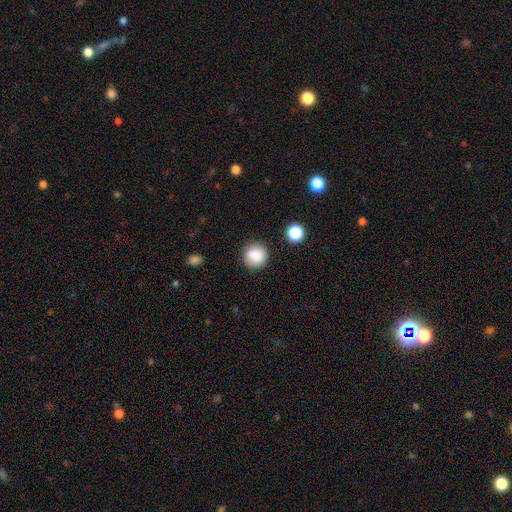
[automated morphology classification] Q: Smooth or featured?
A: smooth (85%); runner-up: star or artifact (10%)
Q: How rounded?
A: round (92%); runner-up: in between (7%)
Q: Merging?
A: none (86%); runner-up: minor disturbance (9%)